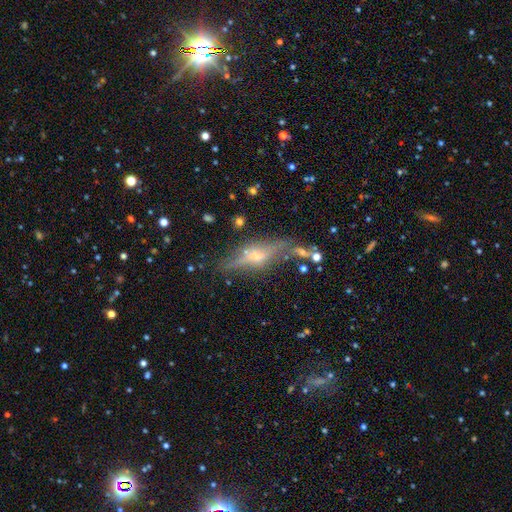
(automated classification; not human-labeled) Q: Smooth or featured?
A: featured or disk (74%); runner-up: smooth (15%)
Q: Edge-on disk?
A: yes (88%); runner-up: no (12%)
Q: Edge-on bulge?
A: rounded (91%); runner-up: boxy (6%)
Q: Merging?
A: none (72%); runner-up: minor disturbance (16%)